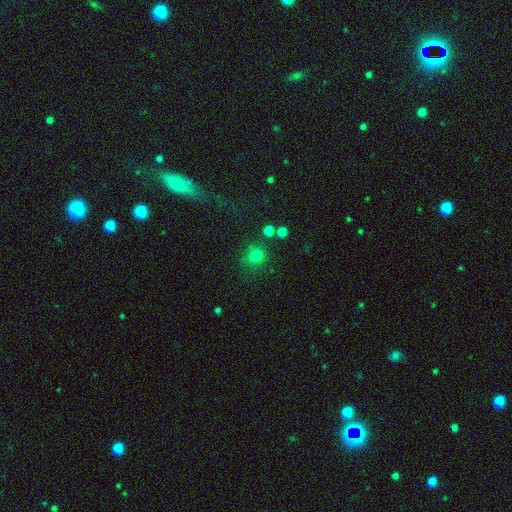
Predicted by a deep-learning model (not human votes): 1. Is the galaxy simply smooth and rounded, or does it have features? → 78% smooth, 16% star or artifact, 6% featured or disk.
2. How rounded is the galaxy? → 91% round, 8% in between, 1% cigar-shaped.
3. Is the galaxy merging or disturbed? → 77% none, 11% minor disturbance, 7% merger, 5% major disturbance.